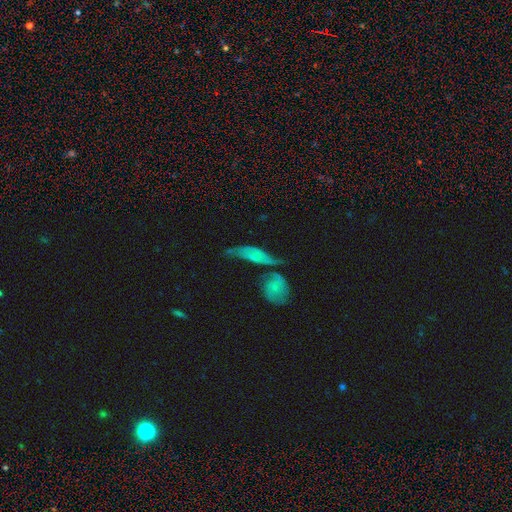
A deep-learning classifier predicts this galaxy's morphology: The model was most divided on "merging": none: 35%, merger: 30%, minor disturbance: 20%, major disturbance: 15%. More confident: edge-on disk — no (68%); smooth or featured — featured or disk (53%).